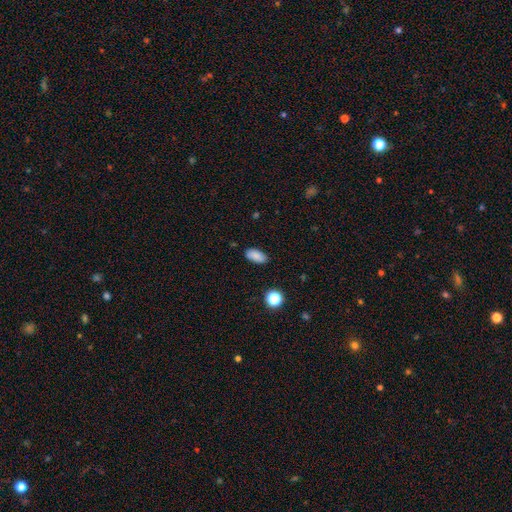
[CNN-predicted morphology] This is clearly a smooth galaxy (85%). How rounded: clearly in between (92%). Merging: clearly none (85%).